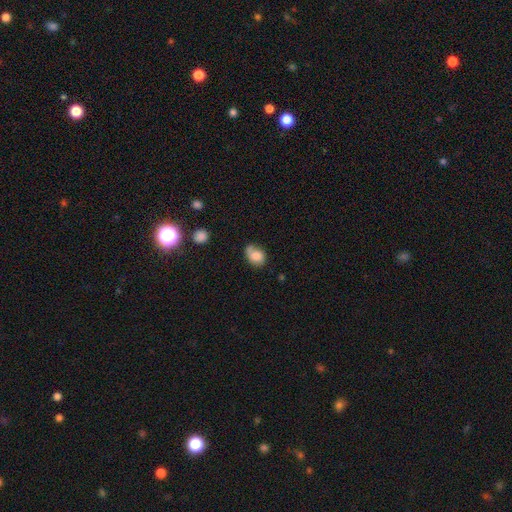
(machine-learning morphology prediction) Smooth or featured? Predicted: smooth (p=0.73). How rounded? Predicted: in between (p=0.61). Merging? Predicted: none (p=0.46).